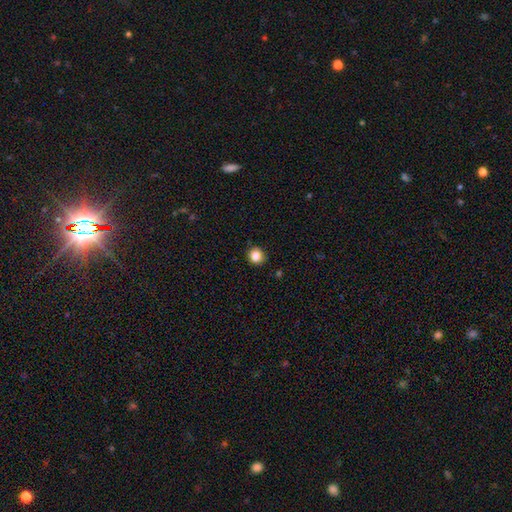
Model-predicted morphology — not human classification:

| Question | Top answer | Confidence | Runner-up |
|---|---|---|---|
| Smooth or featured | smooth | 84% | star or artifact (11%) |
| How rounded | round | 90% | in between (9%) |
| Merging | none | 90% | minor disturbance (7%) |